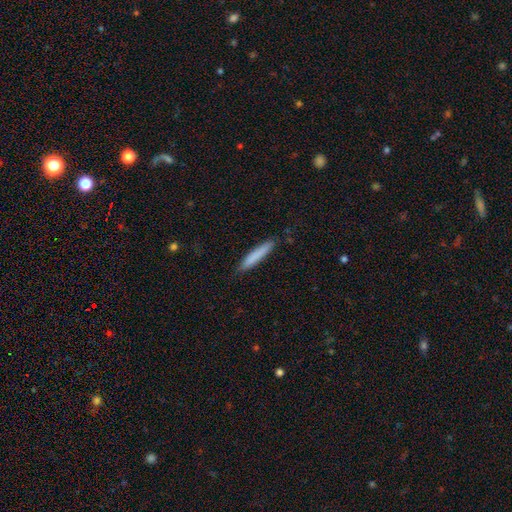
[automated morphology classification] smooth 80%, featured or disk 14%, star or artifact 6%. Down the decision tree: how rounded — cigar-shaped (93%); merging — none (87%).